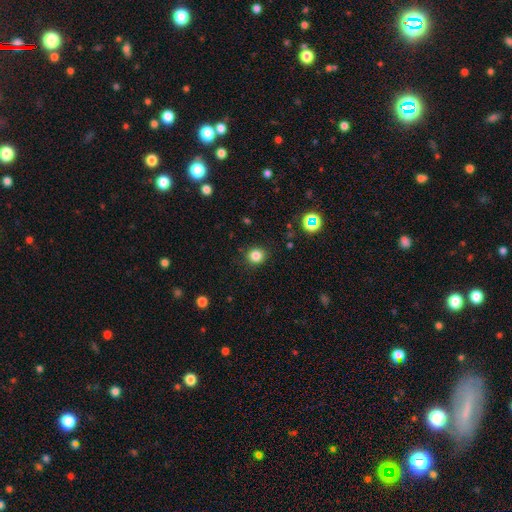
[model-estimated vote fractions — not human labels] smooth-or-featured: smooth: 82% | star or artifact: 13% | featured or disk: 5%
  how-rounded: round: 85% | in between: 14% | cigar-shaped: 1%
  merging: none: 88% | minor disturbance: 8% | major disturbance: 2% | merger: 1%